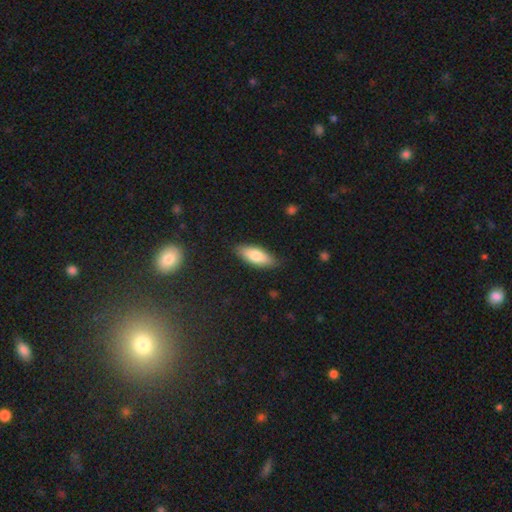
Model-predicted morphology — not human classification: This is likely a smooth galaxy (76%). How rounded: likely in between (71%). Merging: clearly none (85%).